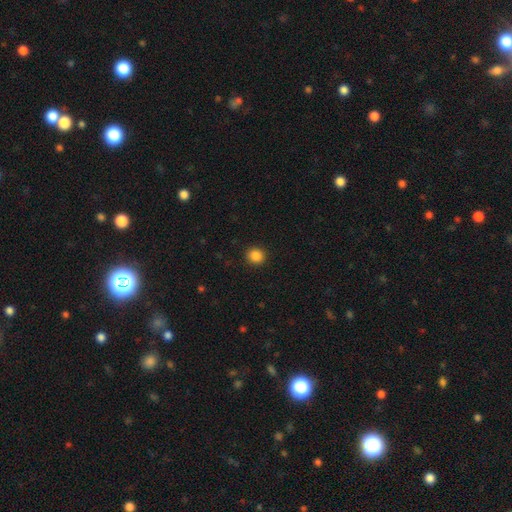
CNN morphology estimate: This is clearly a smooth galaxy (86%). How rounded: clearly round (89%). Merging: clearly none (92%).